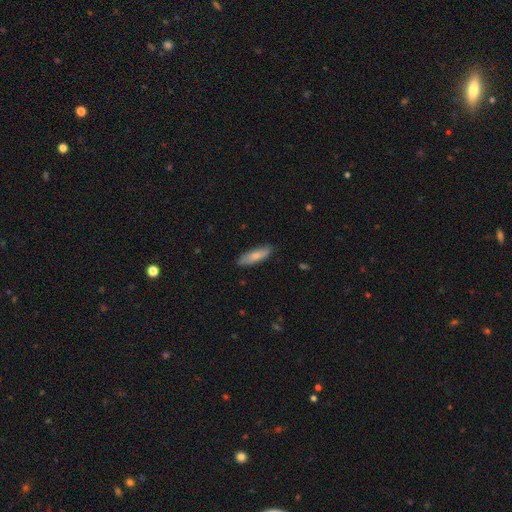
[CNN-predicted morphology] This is likely a smooth galaxy (77%). How rounded: possibly cigar-shaped (55%). Merging: clearly none (82%).